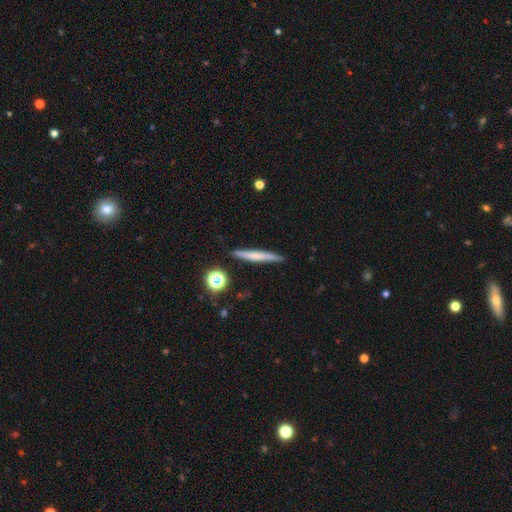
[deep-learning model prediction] A smooth galaxy with no disk features (57%) that is cigar-shaped (93%). Merging: none (87%).